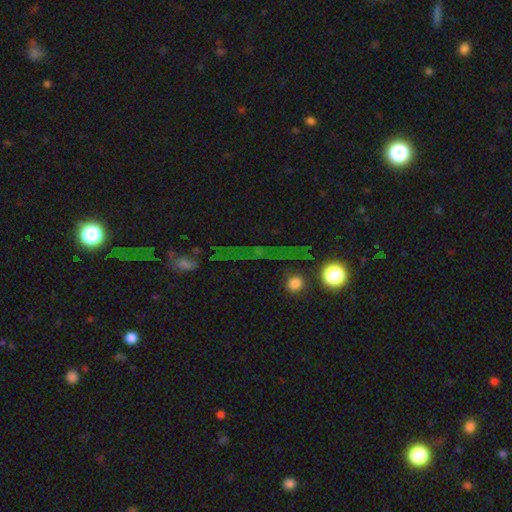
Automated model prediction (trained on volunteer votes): This appears to be a star or artifact, not a galaxy (68%).